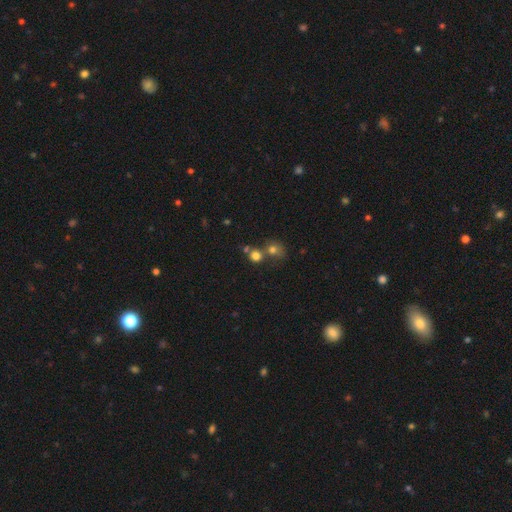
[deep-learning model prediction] Overall: smooth (74%). How rounded: round (85%). Merging: none (51%; merger 38%).